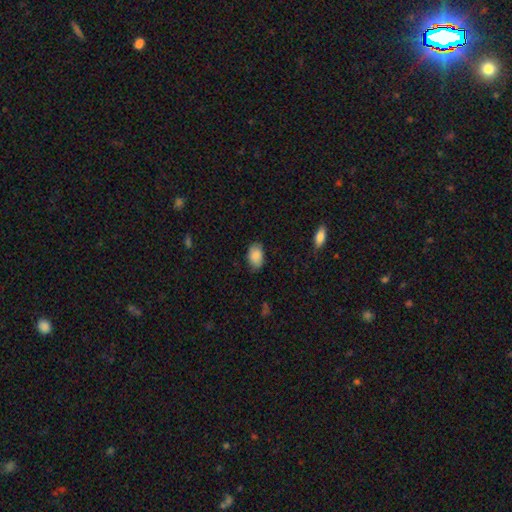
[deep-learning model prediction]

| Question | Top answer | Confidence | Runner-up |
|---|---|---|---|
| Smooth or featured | smooth | 87% | star or artifact (7%) |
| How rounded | in between | 90% | round (9%) |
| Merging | none | 80% | minor disturbance (16%) |